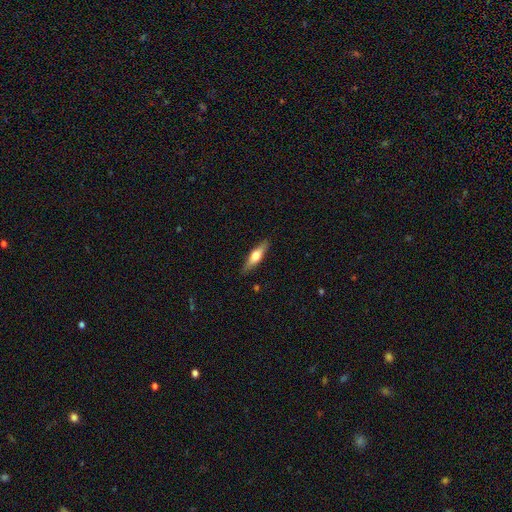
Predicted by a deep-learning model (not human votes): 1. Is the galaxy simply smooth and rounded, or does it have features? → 48% smooth, 46% featured or disk, 6% star or artifact.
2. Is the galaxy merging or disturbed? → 87% none, 10% minor disturbance, 2% major disturbance, 1% merger.